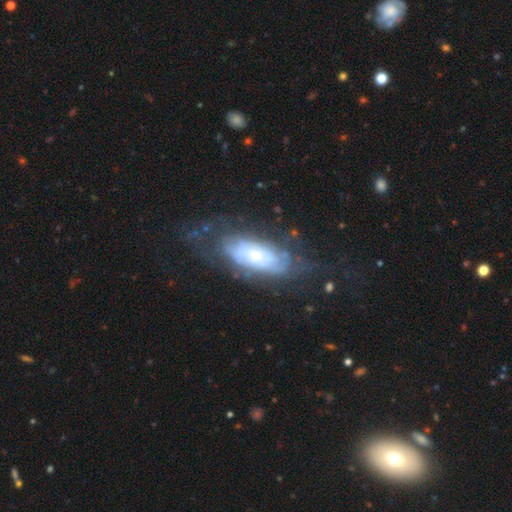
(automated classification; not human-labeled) featured or disk 68%, smooth 25%, star or artifact 8%. Down the decision tree: edge-on disk — no (87%); bar — no (75%); spiral arms — yes (74%); bulge size — small (49%); merging — none (60%).